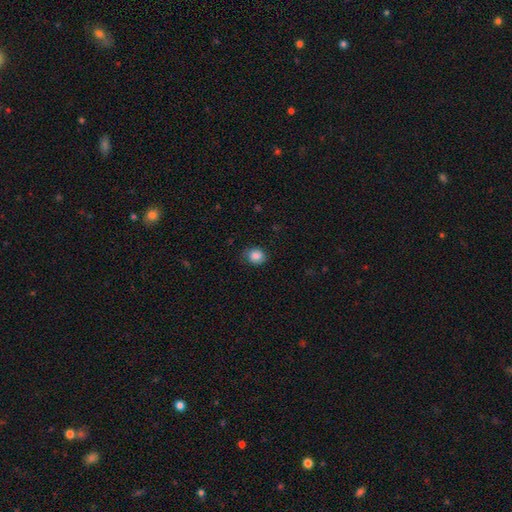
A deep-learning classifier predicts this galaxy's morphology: smooth-or-featured: smooth: 86% | star or artifact: 9% | featured or disk: 5%
  how-rounded: round: 72% | in between: 28% | cigar-shaped: 1%
  merging: none: 78% | minor disturbance: 17% | major disturbance: 4% | merger: 1%